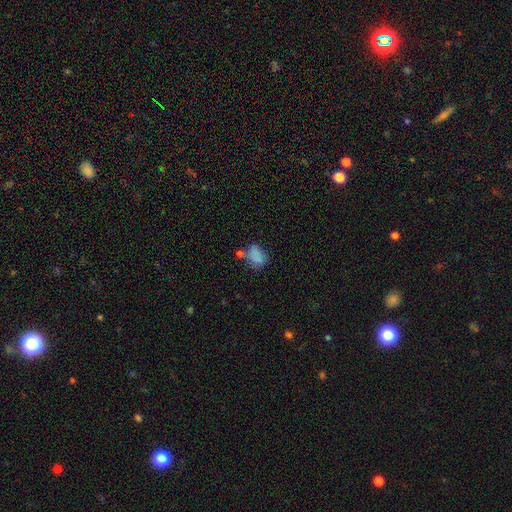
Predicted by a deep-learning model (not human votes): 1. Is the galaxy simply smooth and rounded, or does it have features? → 78% smooth, 11% star or artifact, 10% featured or disk.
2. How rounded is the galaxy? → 79% in between, 19% round, 2% cigar-shaped.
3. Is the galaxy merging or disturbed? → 48% none, 24% minor disturbance, 17% merger, 12% major disturbance.